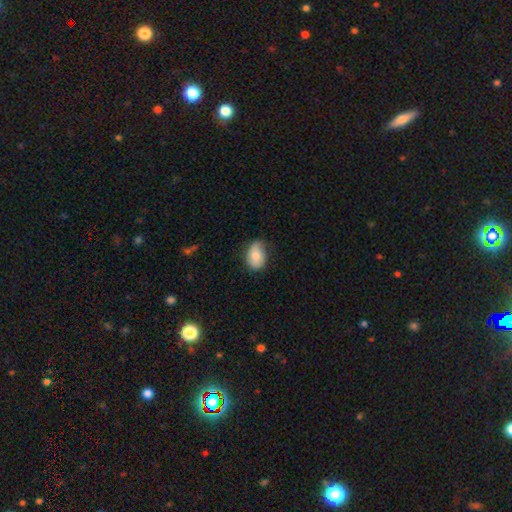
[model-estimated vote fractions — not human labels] Smooth or featured: smooth — 71% (featured or disk — 22%)
How rounded: in between — 74% (round — 24%)
Merging: none — 63% (minor disturbance — 30%)